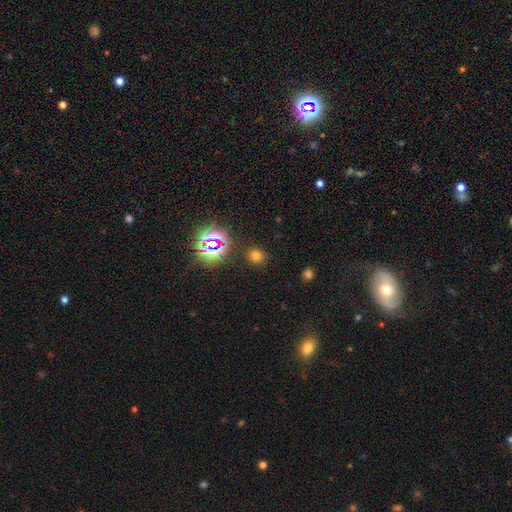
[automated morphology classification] The model was most divided on "smooth or featured": smooth: 66%, star or artifact: 28%, featured or disk: 7%. More confident: merging — none (86%); how rounded — round (80%).